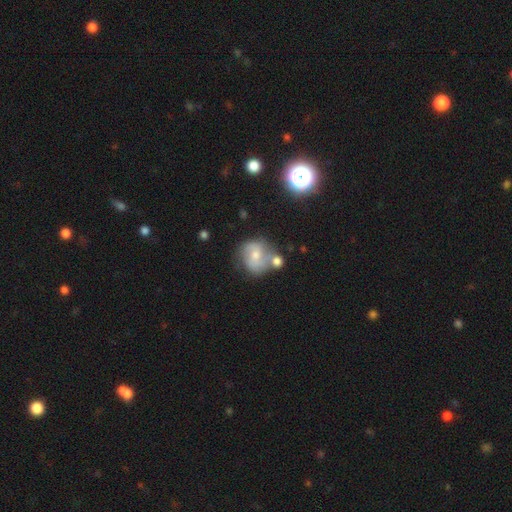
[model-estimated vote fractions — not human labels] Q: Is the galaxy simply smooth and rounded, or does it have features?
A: featured or disk — 56%.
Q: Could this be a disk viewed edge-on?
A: no — 97%.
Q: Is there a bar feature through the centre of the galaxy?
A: no — 58%.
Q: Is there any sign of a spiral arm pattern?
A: yes — 82%.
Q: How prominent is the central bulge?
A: moderate — 53%.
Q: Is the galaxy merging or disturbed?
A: none — 51%.